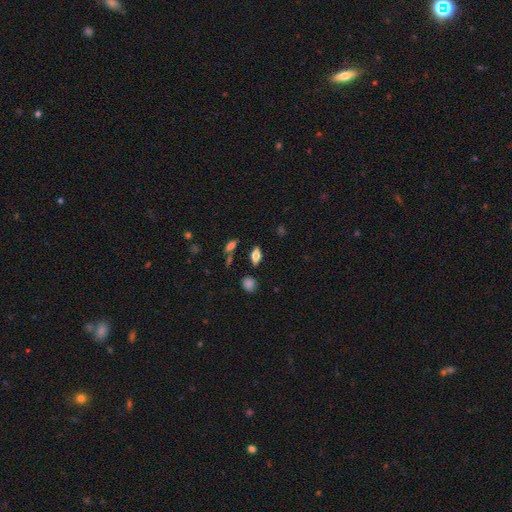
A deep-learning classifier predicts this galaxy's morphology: Smooth or featured: smooth — 70% (featured or disk — 20%)
How rounded: in between — 83% (cigar-shaped — 11%)
Merging: none — 83% (minor disturbance — 11%)